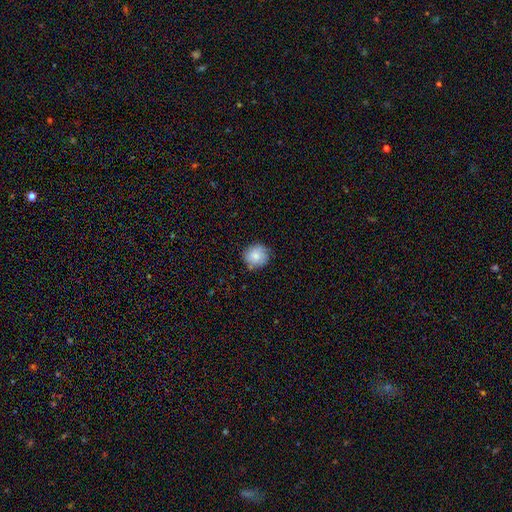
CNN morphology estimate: Smooth or featured? Predicted: smooth (p=0.76). How rounded? Predicted: round (p=0.86). Merging? Predicted: none (p=0.78).